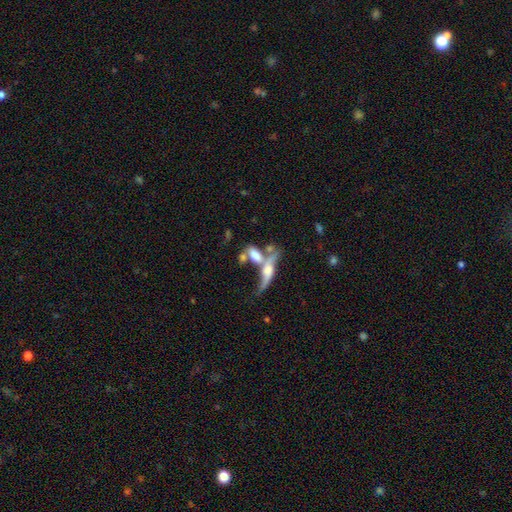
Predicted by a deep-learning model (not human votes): This appears to be a smooth galaxy with no disk features (48%). Merging: merger (56%).